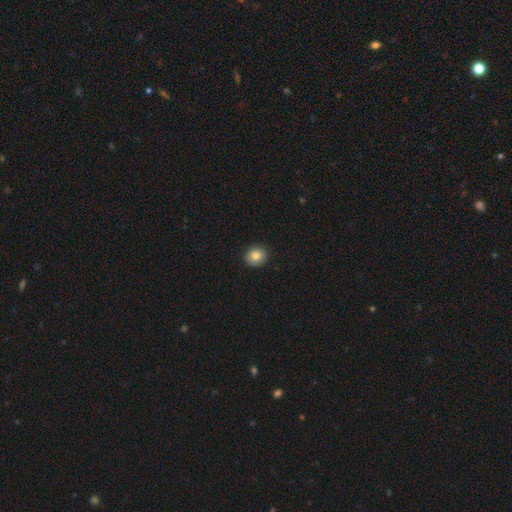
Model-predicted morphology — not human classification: This is clearly a smooth galaxy (83%). How rounded: clearly round (82%). Merging: clearly none (91%).